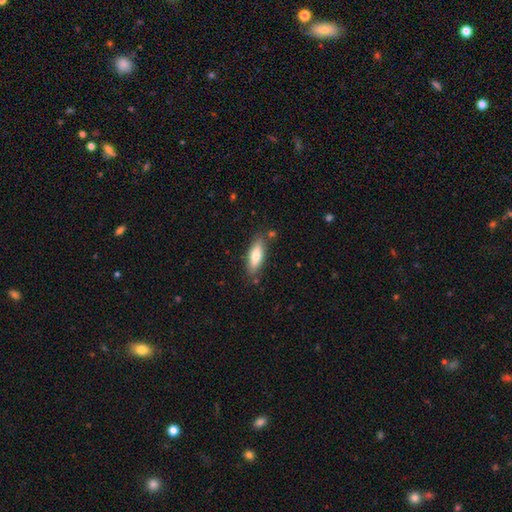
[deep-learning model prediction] Smooth or featured? smooth (72%)
How rounded? in between (54%)
Merging? none (80%)